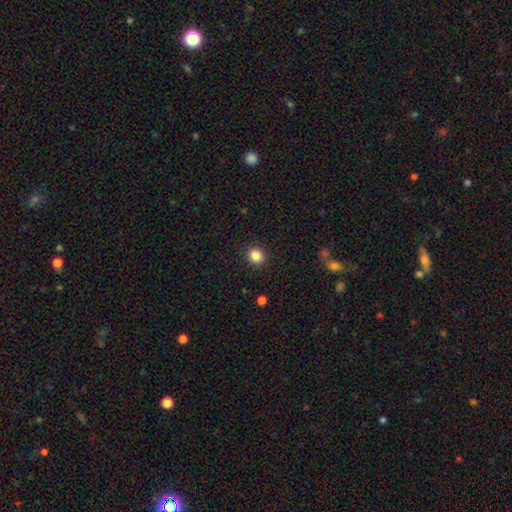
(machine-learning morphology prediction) Smooth or featured?
  - smooth: 86% *
  - star or artifact: 10%
  - featured or disk: 4%
How rounded?
  - round: 83% *
  - in between: 16%
  - cigar-shaped: 1%
Merging?
  - none: 92% *
  - minor disturbance: 5%
  - major disturbance: 2%
  - merger: 1%